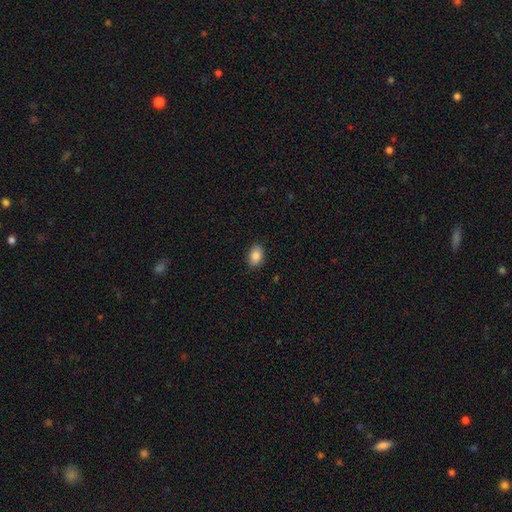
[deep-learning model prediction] Smooth or featured? Predicted: smooth (p=0.86). How rounded? Predicted: in between (p=0.83). Merging? Predicted: none (p=0.88).